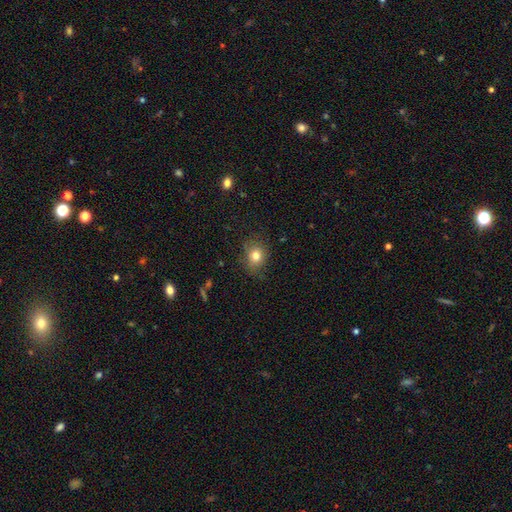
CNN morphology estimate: Smooth or featured? smooth (79%)
How rounded? round (60%)
Merging? none (78%)